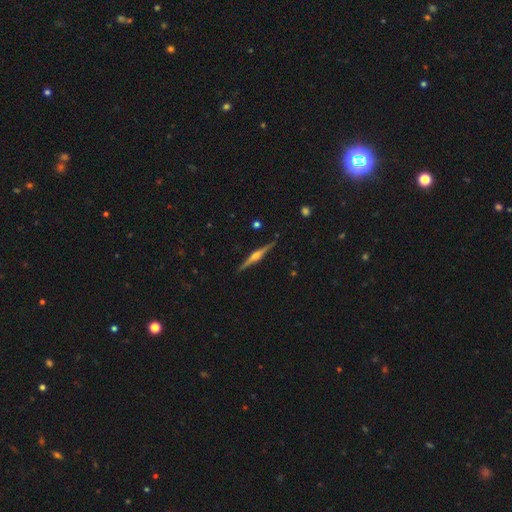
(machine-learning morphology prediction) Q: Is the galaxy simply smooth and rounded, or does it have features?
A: featured or disk — 82%.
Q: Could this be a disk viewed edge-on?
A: yes — 98%.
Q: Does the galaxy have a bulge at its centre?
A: rounded — 87%.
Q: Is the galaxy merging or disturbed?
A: none — 90%.